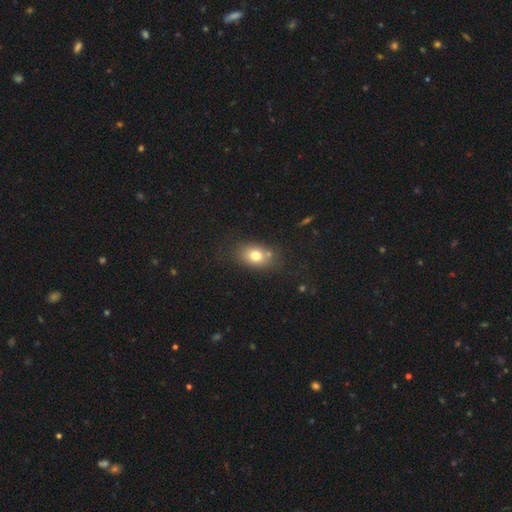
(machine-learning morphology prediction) A smooth galaxy with no disk features (75%) that is in between round and cigar-shaped (71%).

Vote fractions:
- Smooth or featured? smooth: 75% / featured or disk: 14% / star or artifact: 11%
- How rounded? in between: 71% / round: 28% / cigar-shaped: 1%
- Merging? none: 71% / minor disturbance: 16% / merger: 8% / major disturbance: 6%